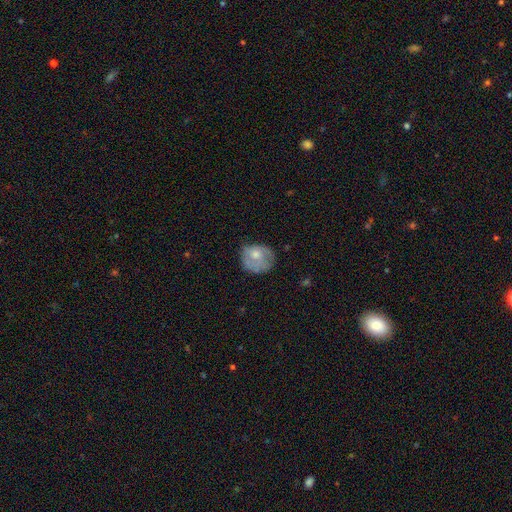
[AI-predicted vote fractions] smooth_or_featured: smooth (p=0.59) [alt: featured or disk p=0.34]
how_rounded: round (p=0.68) [alt: in between p=0.31]
merging: none (p=0.53) [alt: minor disturbance p=0.30]